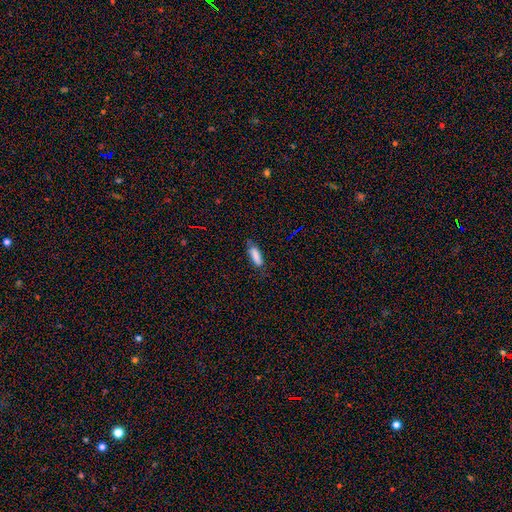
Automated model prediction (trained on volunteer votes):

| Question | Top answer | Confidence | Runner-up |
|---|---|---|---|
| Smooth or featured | smooth | 83% | featured or disk (9%) |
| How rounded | in between | 54% | cigar-shaped (44%) |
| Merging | none | 71% | minor disturbance (23%) |